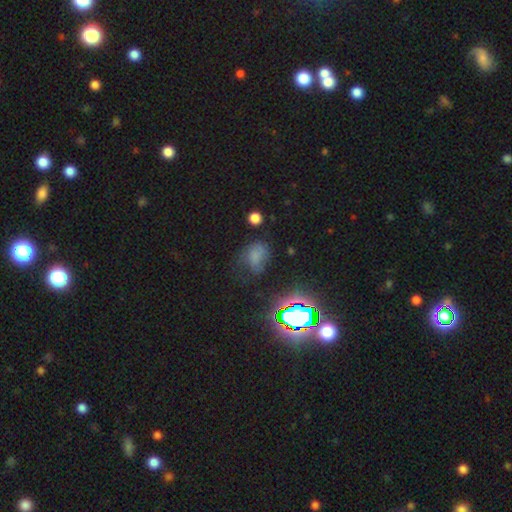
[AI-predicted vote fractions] Morphology: type=smooth (56%); roundness=in between (67%); merging=none (46%).